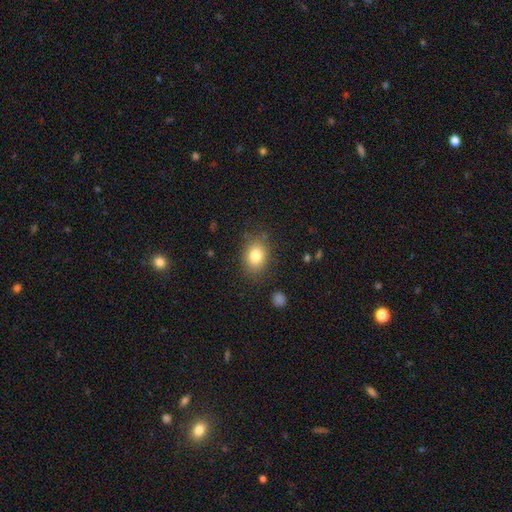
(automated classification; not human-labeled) A smooth galaxy with no disk features (80%) that is in between round and cigar-shaped (60%). Merging: none (82%).